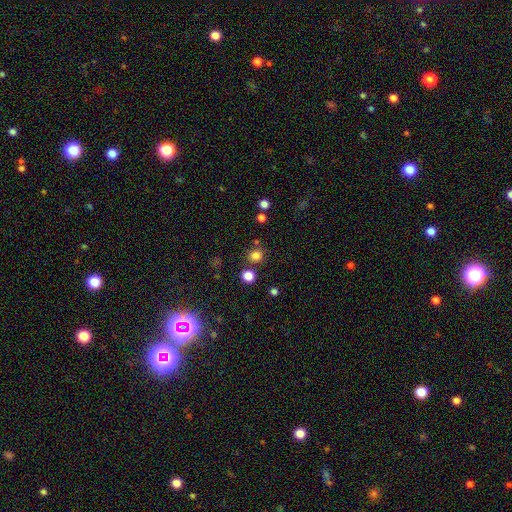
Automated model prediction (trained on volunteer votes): smooth_or_featured: smooth (p=0.80) [alt: star or artifact p=0.16]
how_rounded: round (p=0.89) [alt: in between p=0.10]
merging: none (p=0.80) [alt: merger p=0.09]